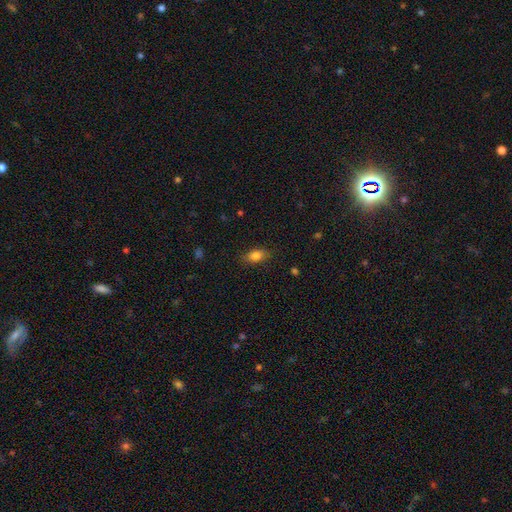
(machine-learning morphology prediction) A smooth galaxy with no disk features (83%) that is in between round and cigar-shaped (84%). Merging: none (84%).